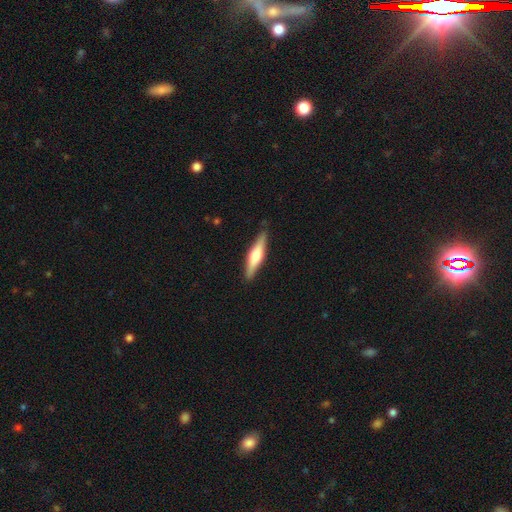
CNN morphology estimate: Smooth or featured? Predicted: featured or disk (p=0.52). Edge-on disk? Predicted: yes (p=0.96). Merging? Predicted: none (p=0.88).